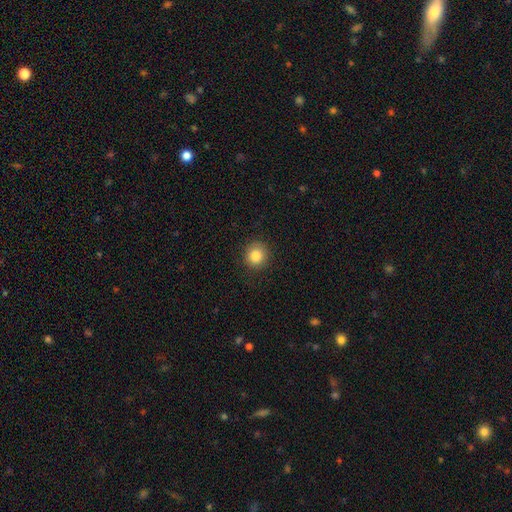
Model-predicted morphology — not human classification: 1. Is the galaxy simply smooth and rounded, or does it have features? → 84% smooth, 10% star or artifact, 6% featured or disk.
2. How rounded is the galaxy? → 91% round, 9% in between, 1% cigar-shaped.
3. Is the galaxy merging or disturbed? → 89% none, 8% minor disturbance, 2% major disturbance, 1% merger.